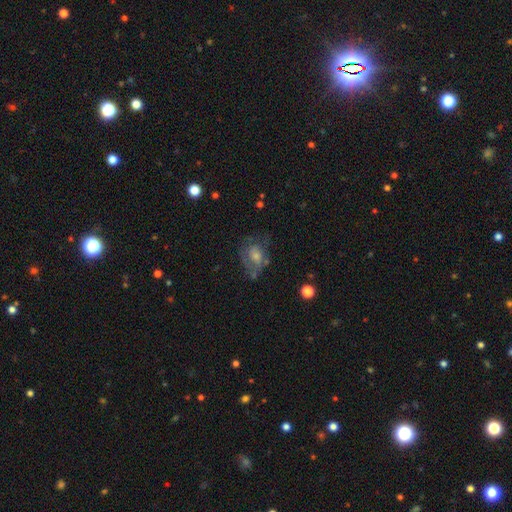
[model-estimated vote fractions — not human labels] This appears to be a featured or disk galaxy (52%). Merging: none (55%).